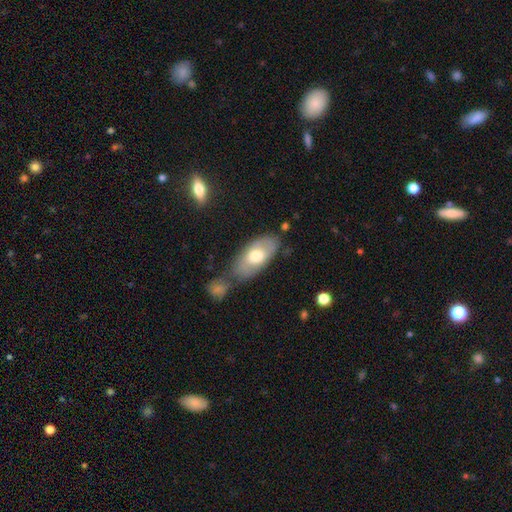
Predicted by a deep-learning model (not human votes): smooth_or_featured: smooth (p=0.62) [alt: featured or disk p=0.32]
how_rounded: in between (p=0.91) [alt: cigar-shaped p=0.06]
merging: none (p=0.54) [alt: merger p=0.22]